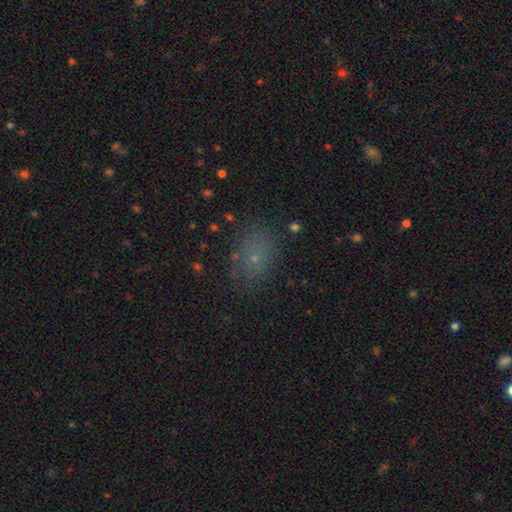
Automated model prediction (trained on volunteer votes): This appears to be a smooth galaxy with no disk features (64%) that is in between round and cigar-shaped (68%). Merging: none (76%).